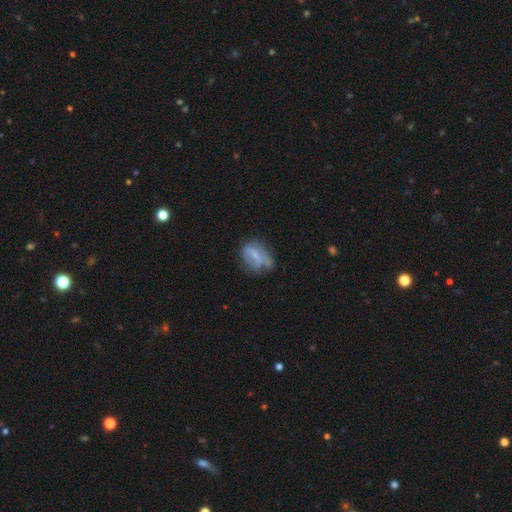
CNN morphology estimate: Smooth or featured: smooth — 50% (featured or disk — 41%)
Merging: none — 42% (minor disturbance — 34%)